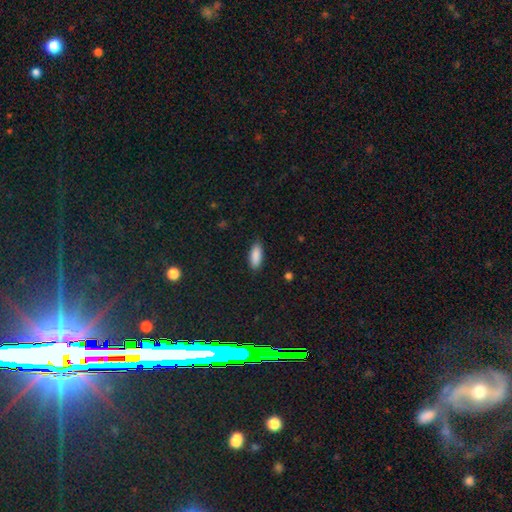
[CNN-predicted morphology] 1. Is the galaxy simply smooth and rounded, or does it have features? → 89% smooth, 7% star or artifact, 4% featured or disk.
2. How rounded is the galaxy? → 77% in between, 21% cigar-shaped, 2% round.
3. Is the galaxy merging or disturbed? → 85% none, 12% minor disturbance, 2% major disturbance, 1% merger.